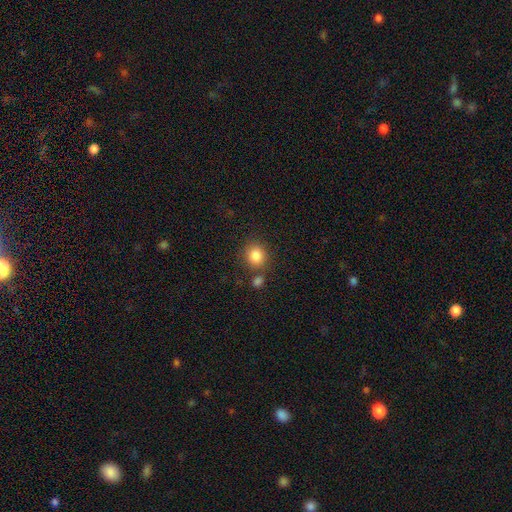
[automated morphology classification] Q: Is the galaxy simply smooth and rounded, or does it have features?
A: smooth — 86%.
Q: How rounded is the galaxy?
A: round — 79%.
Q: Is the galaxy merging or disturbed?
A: none — 72%.